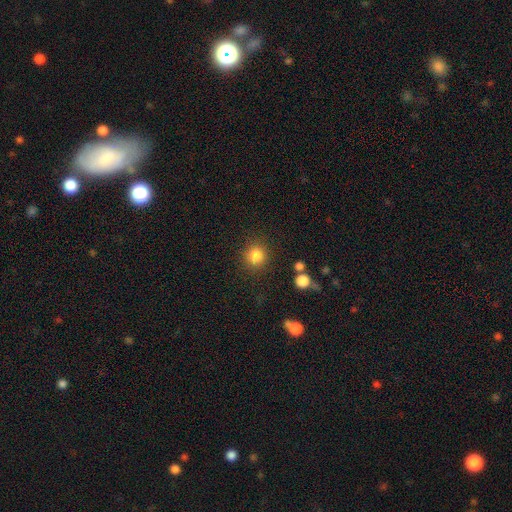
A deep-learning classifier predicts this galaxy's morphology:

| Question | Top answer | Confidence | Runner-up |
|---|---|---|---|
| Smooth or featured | smooth | 84% | star or artifact (12%) |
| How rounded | round | 89% | in between (10%) |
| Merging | none | 86% | minor disturbance (8%) |